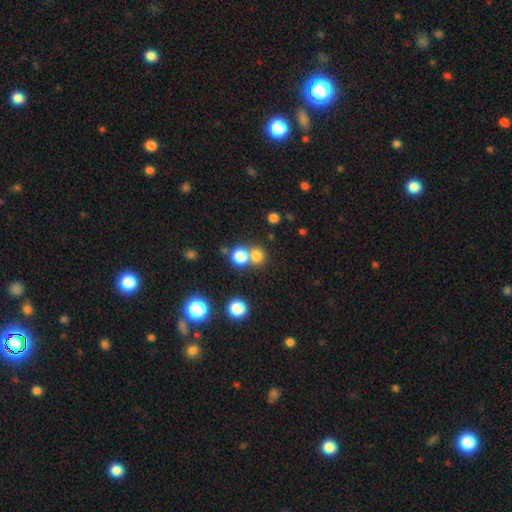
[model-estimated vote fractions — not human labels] Q: Smooth or featured?
A: smooth (76%); runner-up: star or artifact (16%)
Q: How rounded?
A: round (88%); runner-up: in between (11%)
Q: Merging?
A: none (54%); runner-up: merger (38%)